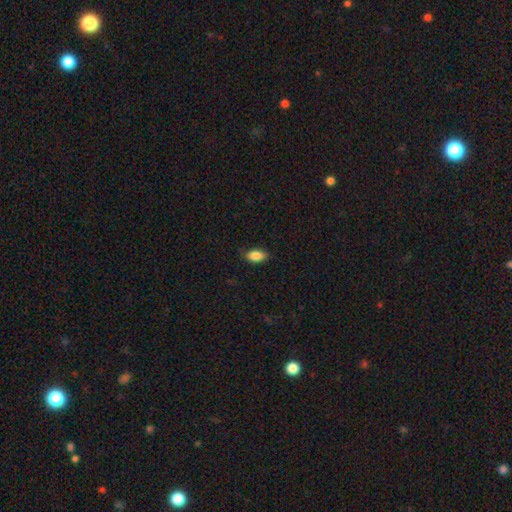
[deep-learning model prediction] Smooth or featured: smooth — 87% (star or artifact — 8%)
How rounded: in between — 91% (round — 6%)
Merging: none — 82% (minor disturbance — 14%)